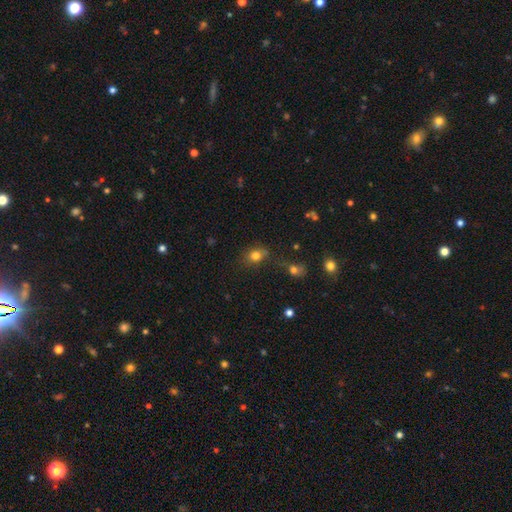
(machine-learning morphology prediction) This is likely a smooth galaxy (79%). How rounded: possibly round (56%). Merging: likely none (61%).